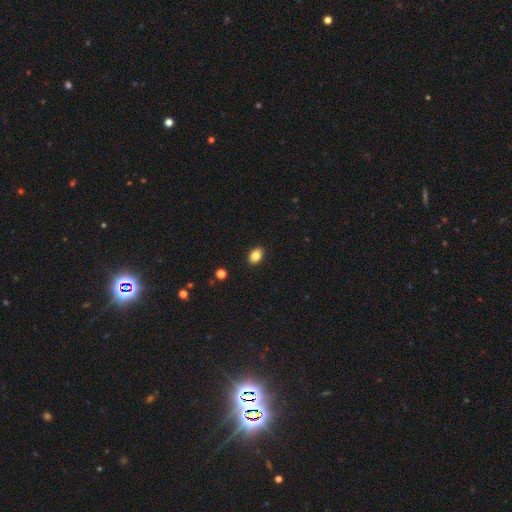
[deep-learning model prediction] Smooth or featured: smooth — 84% (star or artifact — 9%)
How rounded: in between — 78% (round — 21%)
Merging: none — 90% (minor disturbance — 8%)